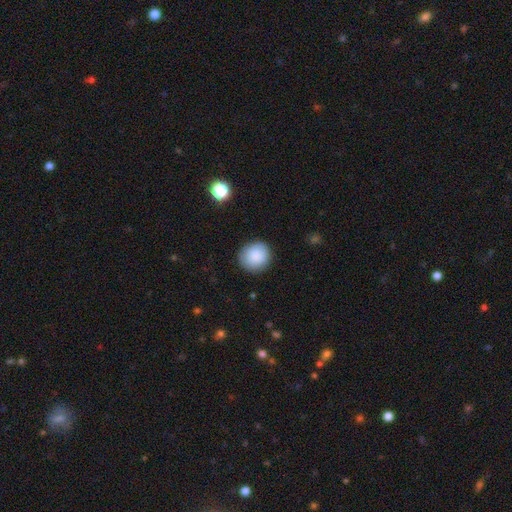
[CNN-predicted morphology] smooth 88%, star or artifact 7%, featured or disk 5%. Down the decision tree: how rounded — round (89%); merging — none (88%).